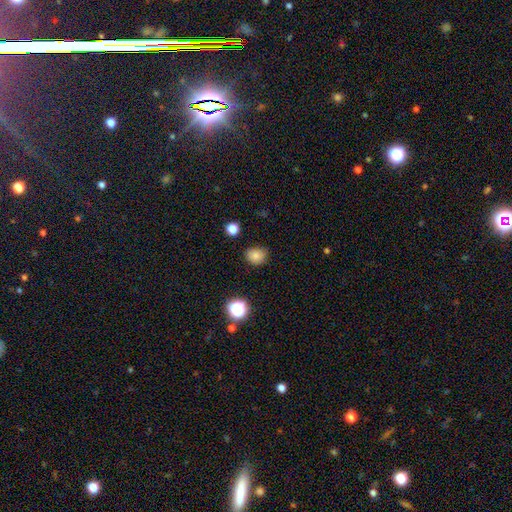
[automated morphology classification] Smooth or featured? Predicted: smooth (p=0.81). How rounded? Predicted: round (p=0.71). Merging? Predicted: none (p=0.78).